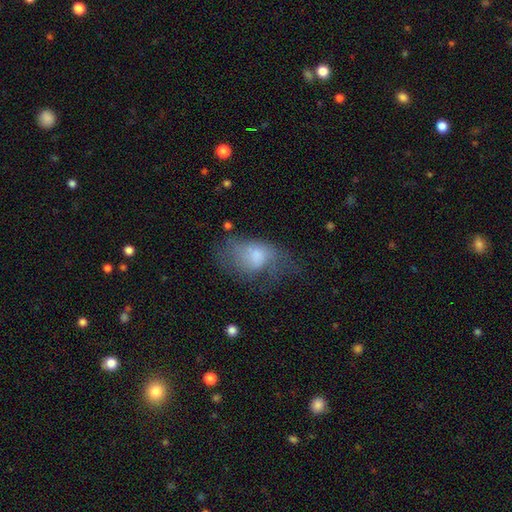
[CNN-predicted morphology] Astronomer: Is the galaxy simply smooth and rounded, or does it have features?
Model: smooth — 58% (runner-up: featured or disk, 33%).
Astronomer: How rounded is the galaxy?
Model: in between — 82%.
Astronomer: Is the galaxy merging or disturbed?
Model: major disturbance — 43% (runner-up: none, 27%).